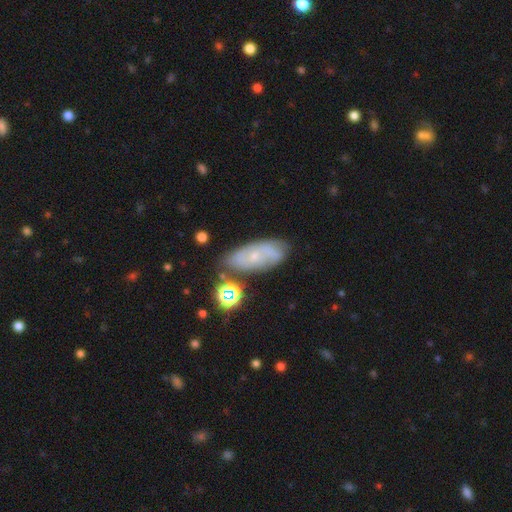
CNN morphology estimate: smooth_or_featured: featured or disk (p=0.55) [alt: smooth p=0.34]
disk_edge_on: no (p=0.88) [alt: yes p=0.12]
merging: none (p=0.66) [alt: minor disturbance p=0.20]